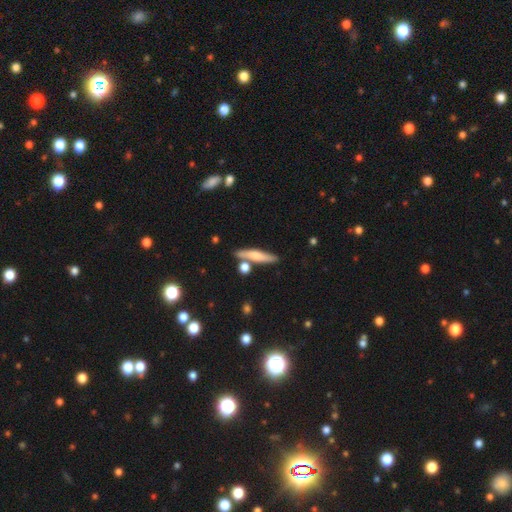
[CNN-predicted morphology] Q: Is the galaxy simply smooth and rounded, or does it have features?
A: smooth — 60%.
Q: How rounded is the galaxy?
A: cigar-shaped — 84%.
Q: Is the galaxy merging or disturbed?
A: none — 74%.